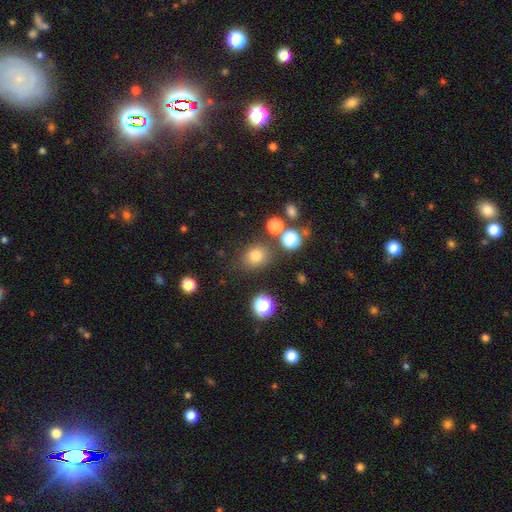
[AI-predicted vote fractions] Overall: smooth (76%). How rounded: round (64%; in between 35%). Merging: none (77%).